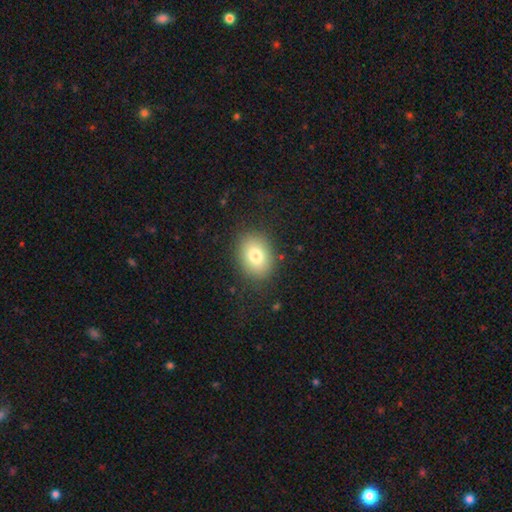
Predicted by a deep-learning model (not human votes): This is likely a smooth galaxy (79%). How rounded: likely in between (64%). Merging: clearly none (85%).